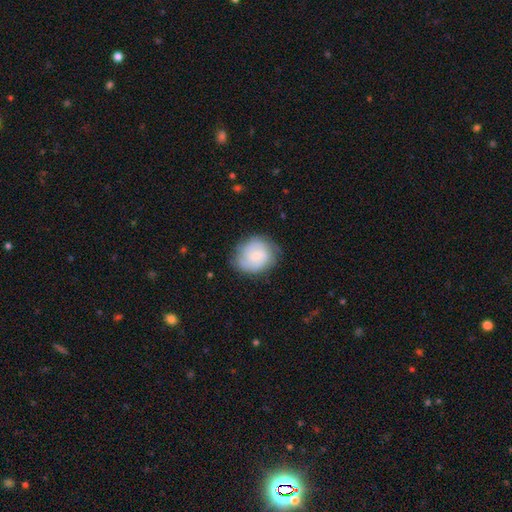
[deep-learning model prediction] smooth_or_featured: featured or disk (p=0.62) [alt: smooth p=0.32]
disk_edge_on: no (p=0.98) [alt: yes p=0.02]
bar: no (p=0.59) [alt: weak p=0.36]
has_spiral_arms: yes (p=0.91) [alt: no p=0.09]
spiral_winding: tight (p=0.51) [alt: medium p=0.38]
spiral_arm_count: 2 (p=0.40) [alt: can't tell p=0.27]
bulge_size: small (p=0.63) [alt: moderate p=0.29]
merging: none (p=0.75) [alt: minor disturbance p=0.18]